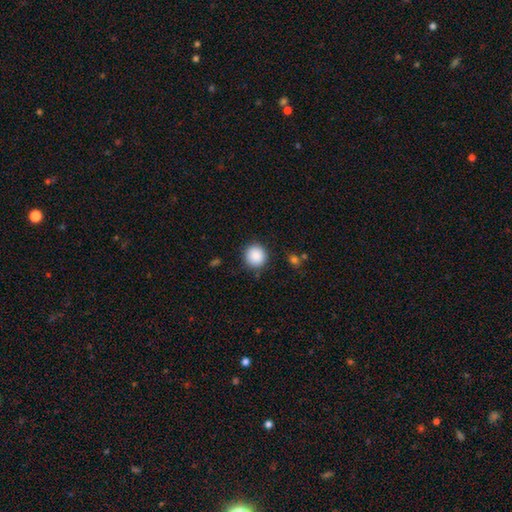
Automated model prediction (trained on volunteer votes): Smooth or featured? Predicted: smooth (p=0.89). How rounded? Predicted: round (p=0.91). Merging? Predicted: none (p=0.89).